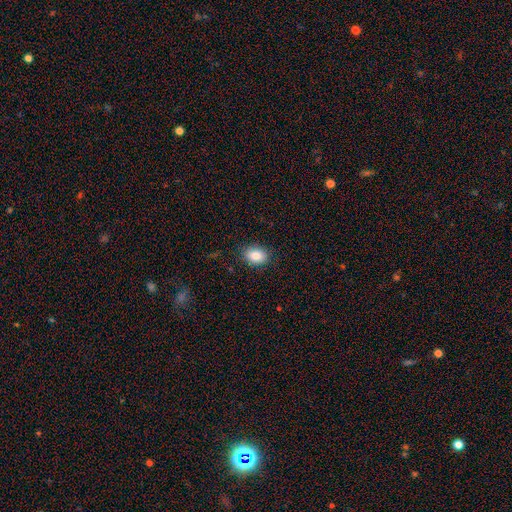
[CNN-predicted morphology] Overall: smooth (86%). How rounded: in between (72%). Merging: none (87%).